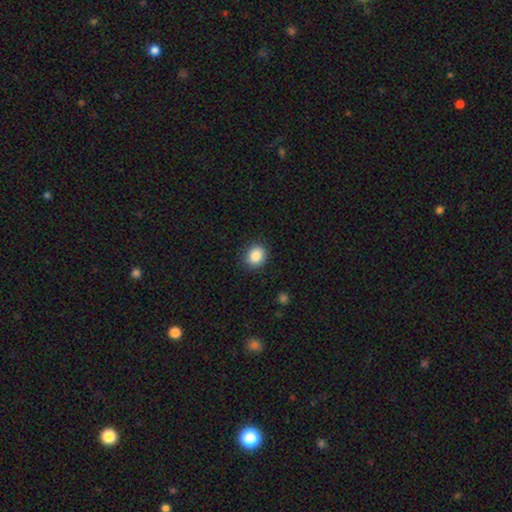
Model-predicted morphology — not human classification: type=smooth (87%); roundness=round (69%); merging=none (88%).